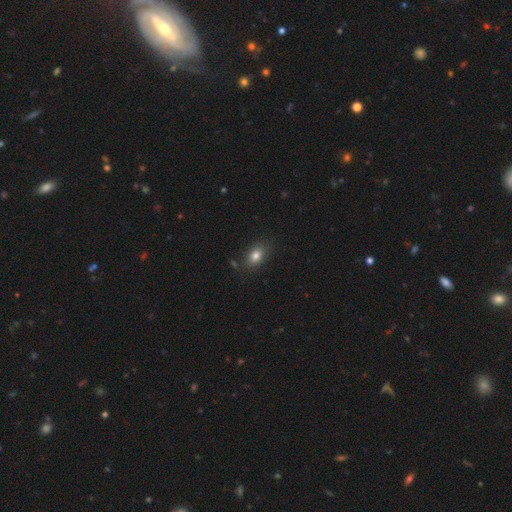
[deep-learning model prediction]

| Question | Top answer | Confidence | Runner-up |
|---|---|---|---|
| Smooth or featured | smooth | 81% | star or artifact (10%) |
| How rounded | in between | 82% | round (16%) |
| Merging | none | 83% | minor disturbance (12%) |